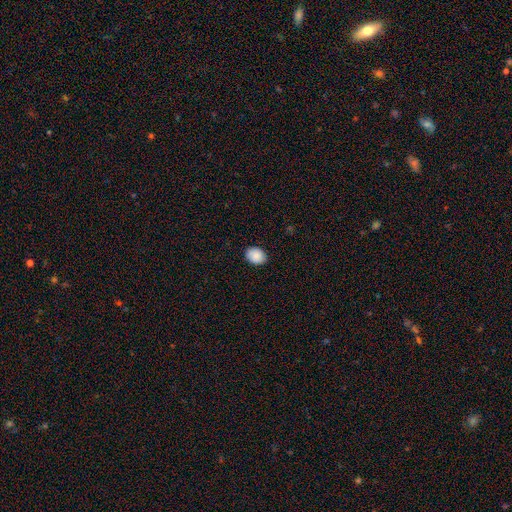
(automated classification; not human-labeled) This appears to be a smooth galaxy with no disk features (89%) that is in between round and cigar-shaped (63%). Merging: none (88%).